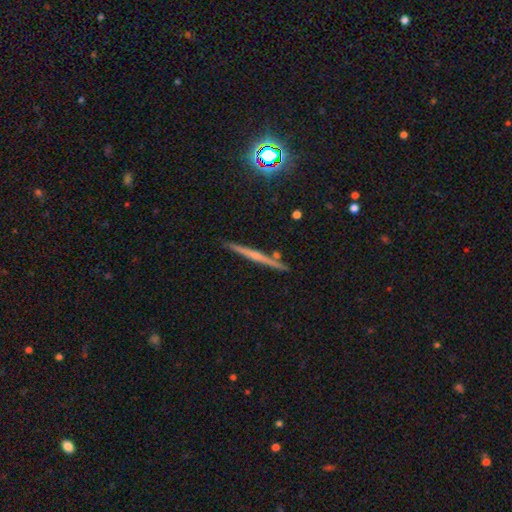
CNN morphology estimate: smooth_or_featured: featured or disk (p=0.59) [alt: smooth p=0.30]
disk_edge_on: yes (p=0.97) [alt: no p=0.03]
edge_on_bulge: none (p=0.57) [alt: rounded p=0.34]
merging: none (p=0.89) [alt: minor disturbance p=0.07]